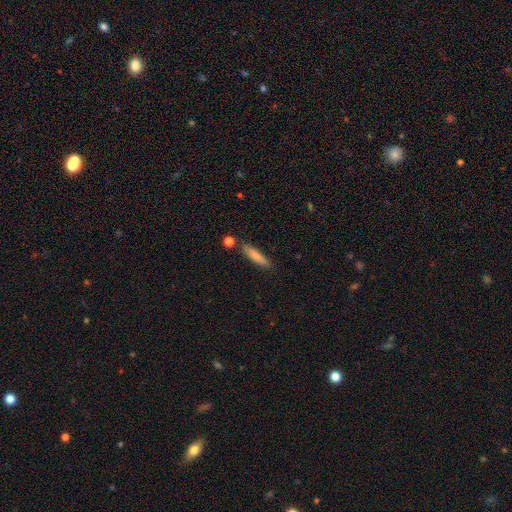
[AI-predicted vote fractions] Smooth or featured? Predicted: smooth (p=0.79). How rounded? Predicted: cigar-shaped (p=0.83). Merging? Predicted: none (p=0.79).